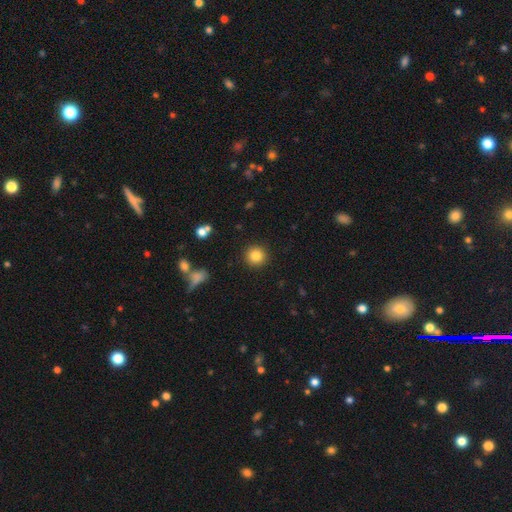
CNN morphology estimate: smooth 84%, star or artifact 10%, featured or disk 6%. Down the decision tree: how rounded — round (93%); merging — none (91%).